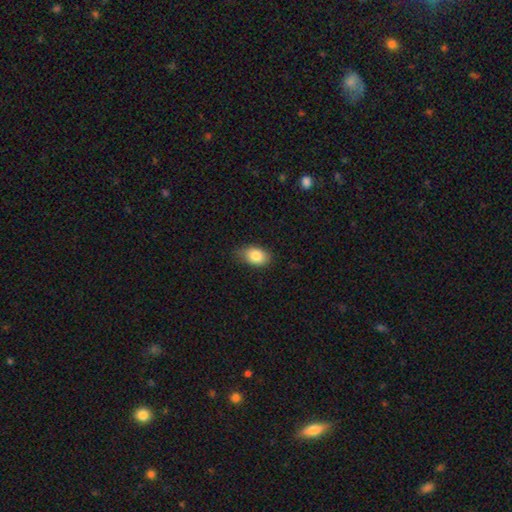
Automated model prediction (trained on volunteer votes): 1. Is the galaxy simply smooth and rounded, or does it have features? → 85% smooth, 8% star or artifact, 7% featured or disk.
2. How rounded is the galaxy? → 85% in between, 14% round, 1% cigar-shaped.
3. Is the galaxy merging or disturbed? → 71% none, 24% minor disturbance, 4% major disturbance, 1% merger.